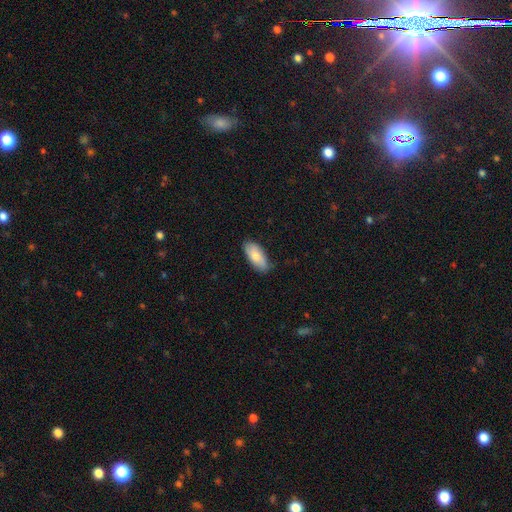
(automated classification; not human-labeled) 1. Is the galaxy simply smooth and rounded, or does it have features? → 79% smooth, 15% featured or disk, 6% star or artifact.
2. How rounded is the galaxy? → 89% in between, 9% cigar-shaped, 2% round.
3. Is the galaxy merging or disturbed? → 77% none, 19% minor disturbance, 3% major disturbance, 1% merger.